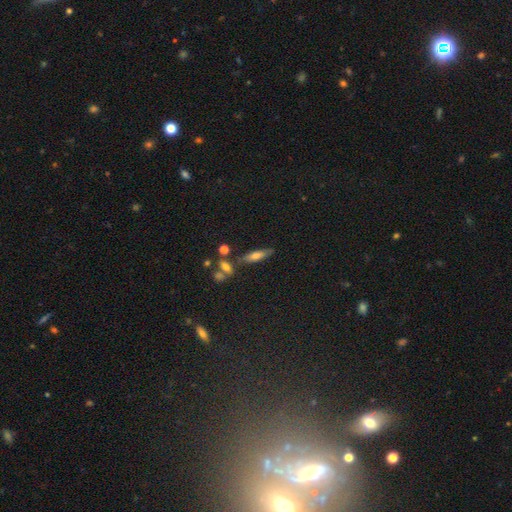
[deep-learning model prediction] The model was most divided on "how rounded": cigar-shaped: 62%, in between: 35%, round: 3%. More confident: merging — none (72%); smooth or featured — smooth (63%).